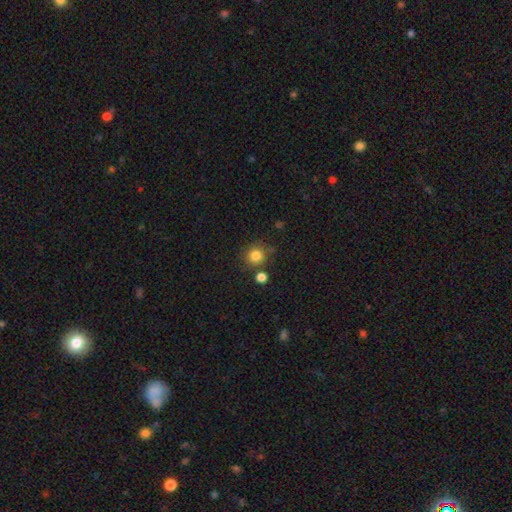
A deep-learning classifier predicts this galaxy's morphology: A smooth galaxy with no disk features (83%) that is round (91%). Merging: none (76%).